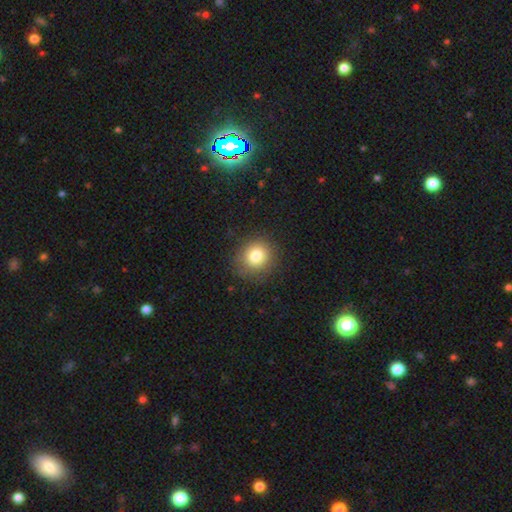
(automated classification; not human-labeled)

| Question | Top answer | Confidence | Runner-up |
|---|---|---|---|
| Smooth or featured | smooth | 81% | star or artifact (11%) |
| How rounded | round | 88% | in between (11%) |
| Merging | none | 86% | minor disturbance (10%) |